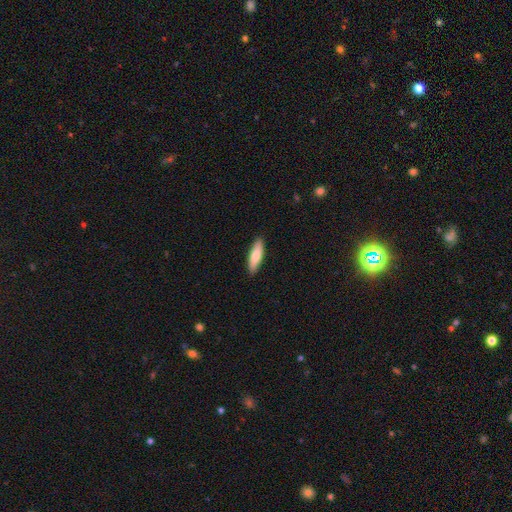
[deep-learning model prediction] This appears to be a smooth galaxy with no disk features (78%) that is cigar-shaped (60%). Merging: none (89%).